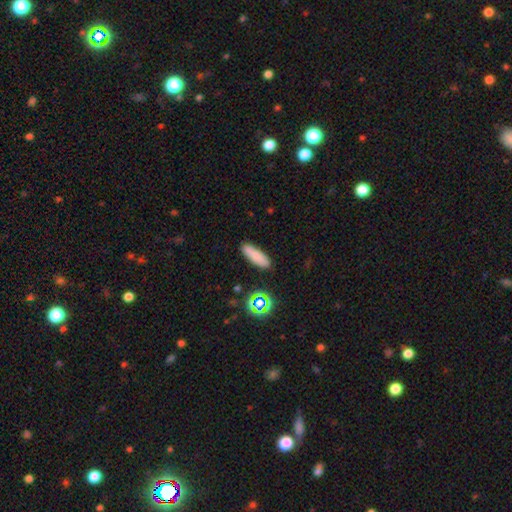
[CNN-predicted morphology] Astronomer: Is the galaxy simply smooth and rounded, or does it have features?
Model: smooth — 79%.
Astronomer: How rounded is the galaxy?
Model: cigar-shaped — 54% (runner-up: in between, 43%).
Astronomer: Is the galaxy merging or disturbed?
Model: none — 83%.